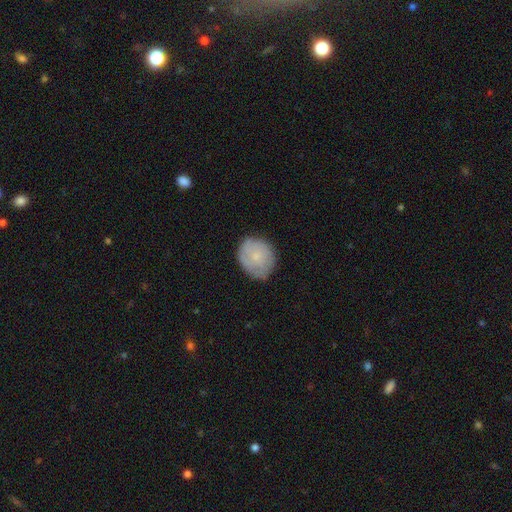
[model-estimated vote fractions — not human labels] Smooth or featured?
  - smooth: 60% *
  - featured or disk: 33%
  - star or artifact: 7%
How rounded?
  - round: 68% *
  - in between: 31%
  - cigar-shaped: 1%
Merging?
  - none: 72% *
  - minor disturbance: 22%
  - major disturbance: 5%
  - merger: 1%